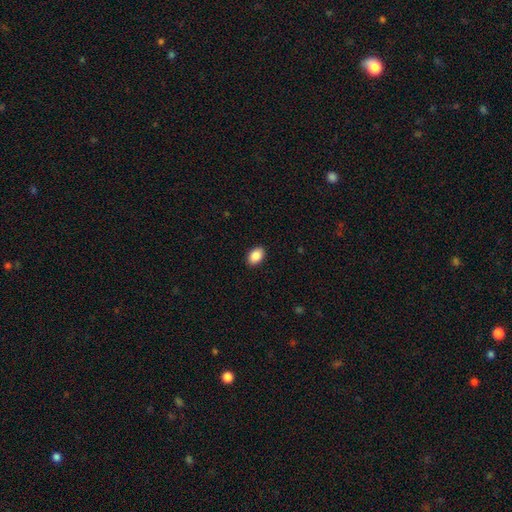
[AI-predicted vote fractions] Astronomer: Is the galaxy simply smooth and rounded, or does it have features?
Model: smooth — 89%.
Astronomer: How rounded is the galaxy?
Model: in between — 88%.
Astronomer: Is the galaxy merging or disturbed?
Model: none — 90%.